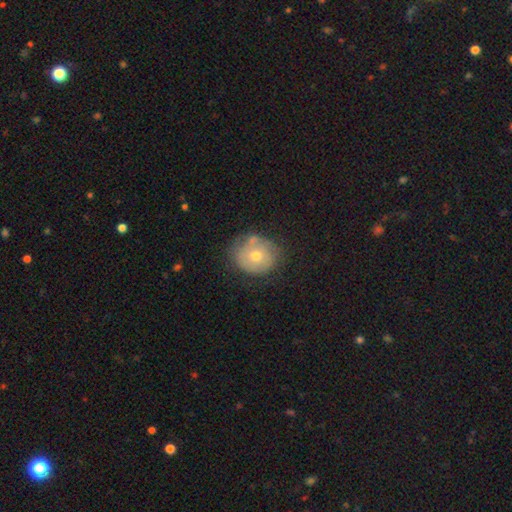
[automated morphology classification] Q: Smooth or featured?
A: smooth (54%); runner-up: featured or disk (38%)
Q: How rounded?
A: round (72%); runner-up: in between (27%)
Q: Merging?
A: none (57%); runner-up: minor disturbance (27%)